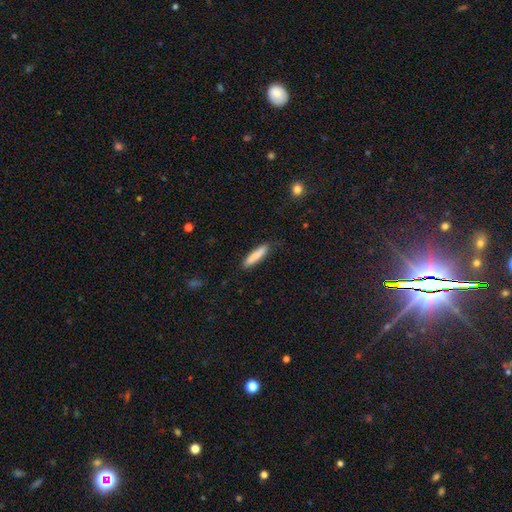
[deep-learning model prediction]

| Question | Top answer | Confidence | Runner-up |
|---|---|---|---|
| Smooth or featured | smooth | 82% | featured or disk (12%) |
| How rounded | cigar-shaped | 85% | in between (14%) |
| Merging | none | 86% | minor disturbance (10%) |